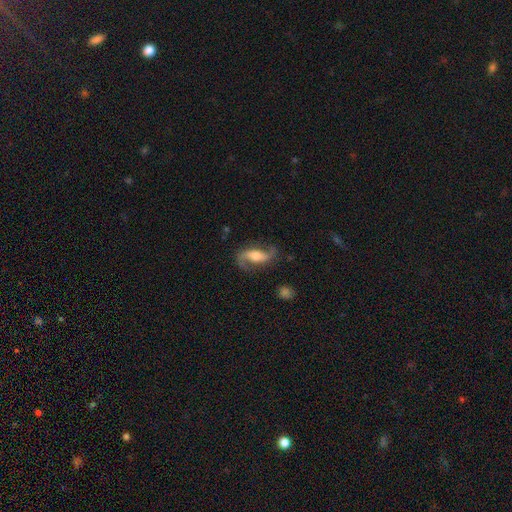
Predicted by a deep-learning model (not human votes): A featured or disk galaxy (85%) with no bar (35%), 2 (92%) loose (62%) spiral arms (96%) and a moderate central bulge (57%). Merging: none (75%).